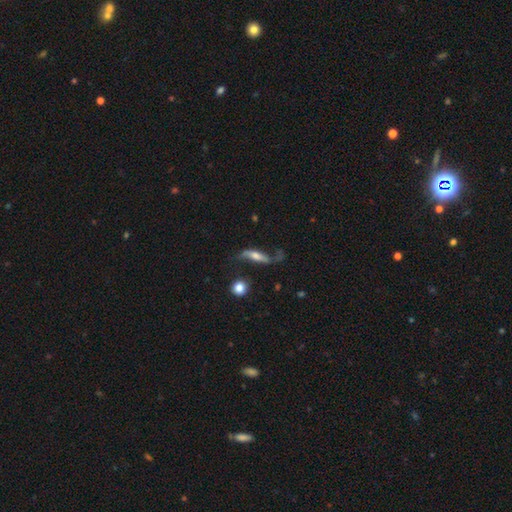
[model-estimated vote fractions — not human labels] featured or disk 64%, smooth 28%, star or artifact 8%. Down the decision tree: edge-on disk — no (65%); merging — none (48%).